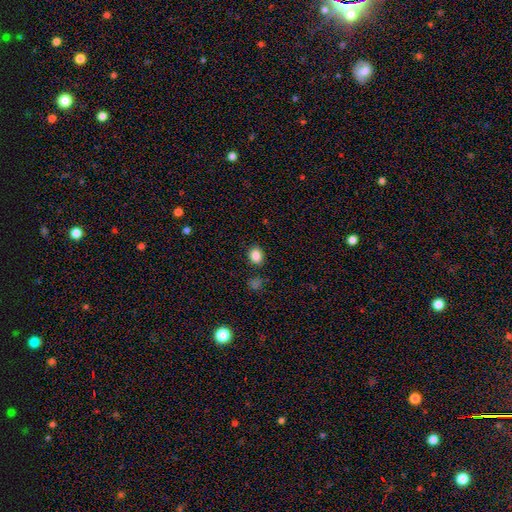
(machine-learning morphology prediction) Smooth or featured: smooth — 86% (star or artifact — 11%)
How rounded: round — 54% (in between — 45%)
Merging: none — 85% (minor disturbance — 9%)